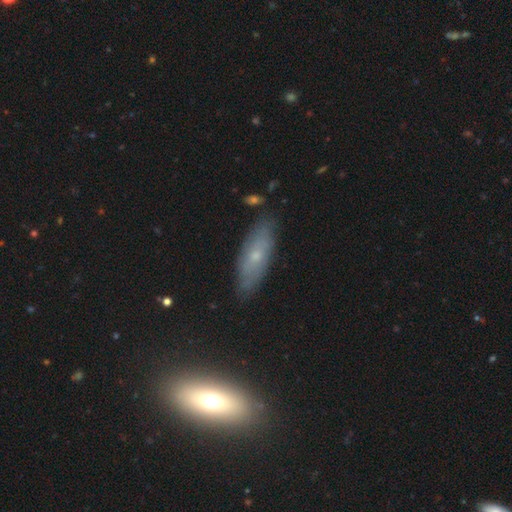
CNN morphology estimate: Smooth or featured? Predicted: smooth (p=0.50). How rounded? Predicted: in between (p=0.59). Merging? Predicted: none (p=0.82).